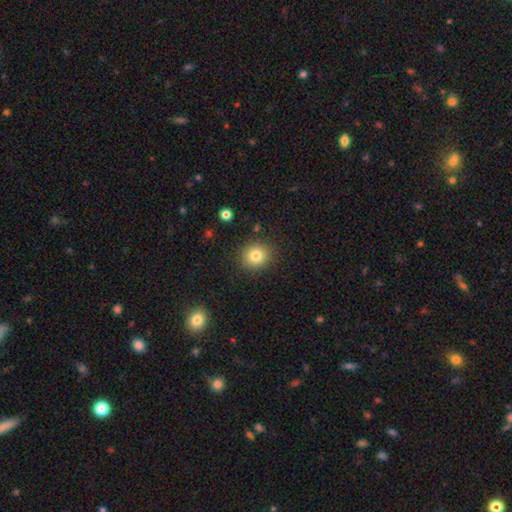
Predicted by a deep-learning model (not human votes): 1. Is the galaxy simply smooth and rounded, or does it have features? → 82% smooth, 11% star or artifact, 8% featured or disk.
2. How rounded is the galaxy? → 85% round, 14% in between, 1% cigar-shaped.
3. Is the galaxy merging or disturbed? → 88% none, 8% minor disturbance, 3% major disturbance, 2% merger.